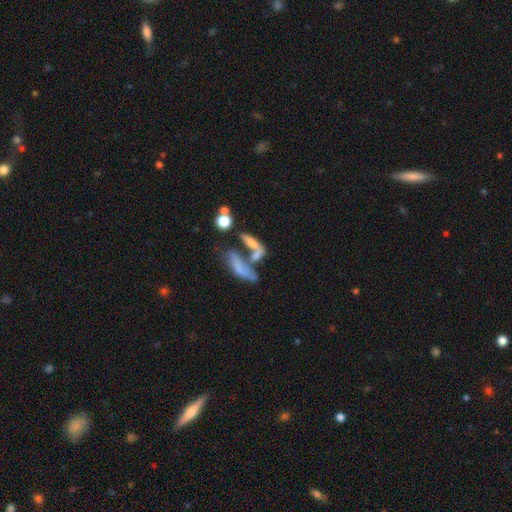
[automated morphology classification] Smooth or featured? smooth (51%)
How rounded? in between (53%)
Merging? merger (58%)